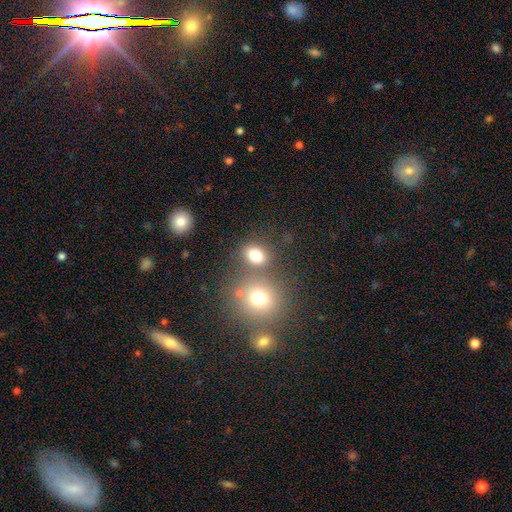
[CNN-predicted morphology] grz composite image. It shows a smooth galaxy with no disk features (76%) that is round (58%). Merging: none (63%).